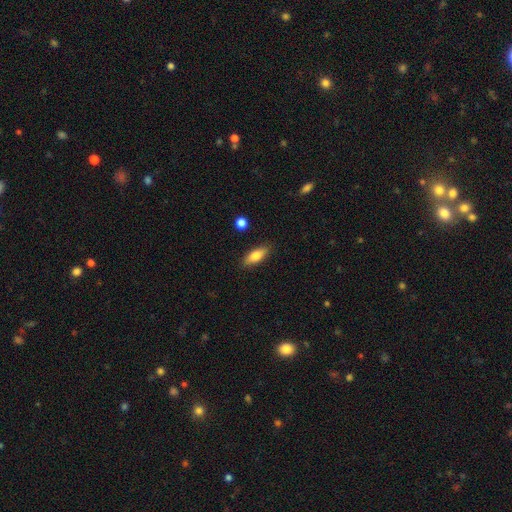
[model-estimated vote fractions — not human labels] This appears to be a smooth galaxy with no disk features (76%) that is in between round and cigar-shaped (71%). Merging: none (86%).